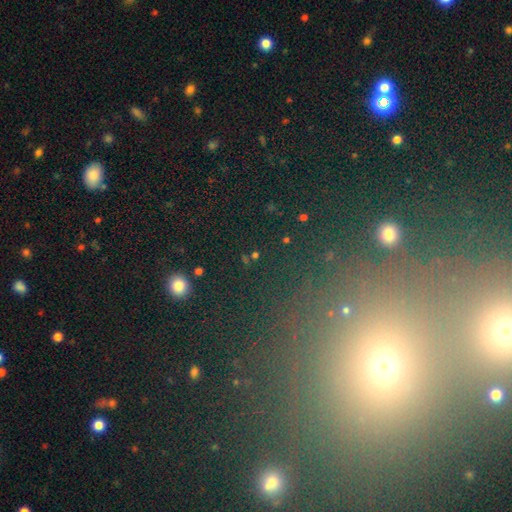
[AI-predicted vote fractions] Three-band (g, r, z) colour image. It shows a smooth galaxy with no disk features (45%). Merging: none (87%).